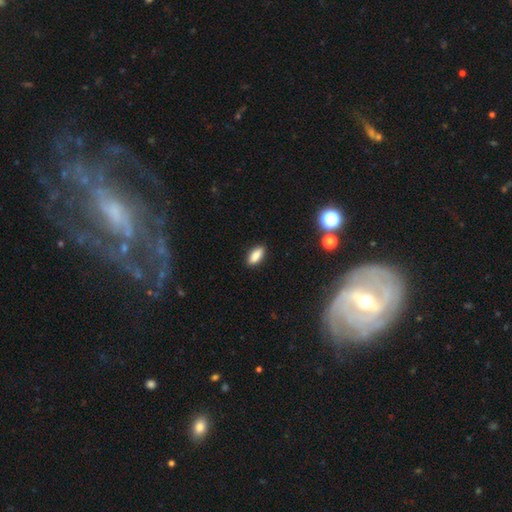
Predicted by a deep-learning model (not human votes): This appears to be a smooth galaxy with no disk features (86%) that is in between round and cigar-shaped (84%). Merging: none (88%).